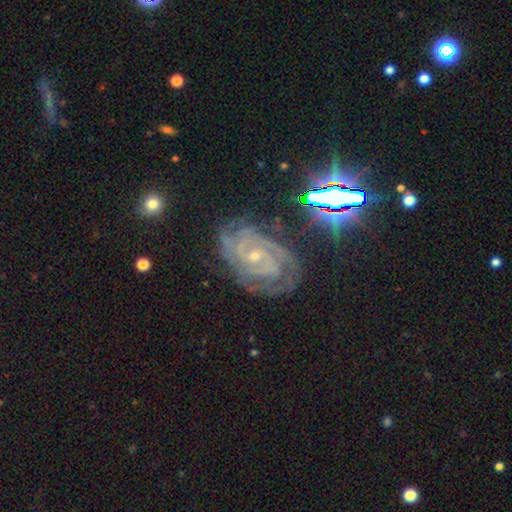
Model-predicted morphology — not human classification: Smooth or featured? featured or disk (84%)
Edge-on disk? no (97%)
Bar? no (58%)
Spiral arms? yes (98%)
Spiral winding? tight (76%)
Spiral arm count? 2 (34%)
Bulge size? small (76%)
Merging? none (73%)